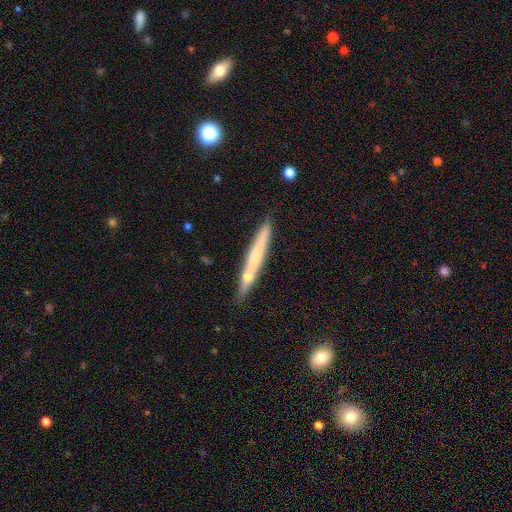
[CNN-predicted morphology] A smooth galaxy with no disk features (52%) that is cigar-shaped (95%).

Vote fractions:
- Smooth or featured? smooth: 52% / featured or disk: 41% / star or artifact: 7%
- How rounded? cigar-shaped: 95% / in between: 3% / round: 1%
- Merging? none: 75% / minor disturbance: 12% / merger: 11% / major disturbance: 3%